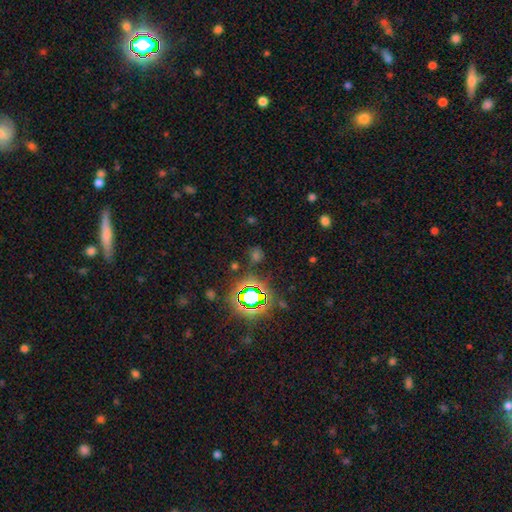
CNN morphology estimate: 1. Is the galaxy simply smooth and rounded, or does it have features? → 64% star or artifact, 28% smooth, 8% featured or disk.